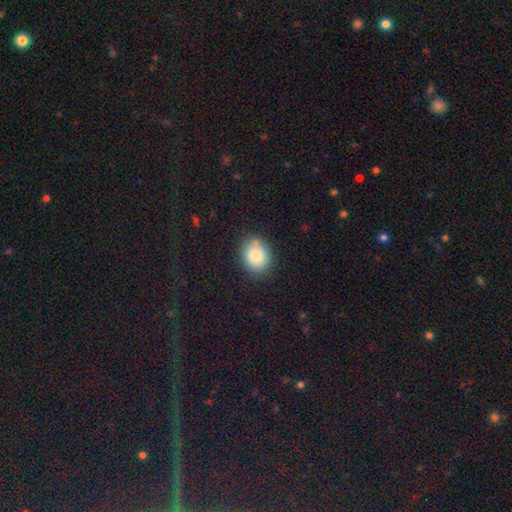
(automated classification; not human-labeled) smooth-or-featured: smooth: 84% | star or artifact: 9% | featured or disk: 8%
  how-rounded: round: 53% | in between: 46% | cigar-shaped: 1%
  merging: none: 79% | minor disturbance: 14% | merger: 4% | major disturbance: 3%